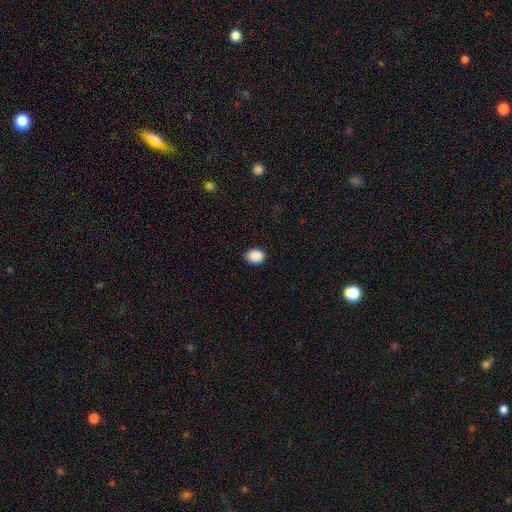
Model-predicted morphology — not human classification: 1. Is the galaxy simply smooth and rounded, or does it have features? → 89% smooth, 8% star or artifact, 3% featured or disk.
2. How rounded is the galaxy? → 56% in between, 43% round, 1% cigar-shaped.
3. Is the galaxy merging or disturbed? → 82% none, 14% minor disturbance, 3% major disturbance, 1% merger.